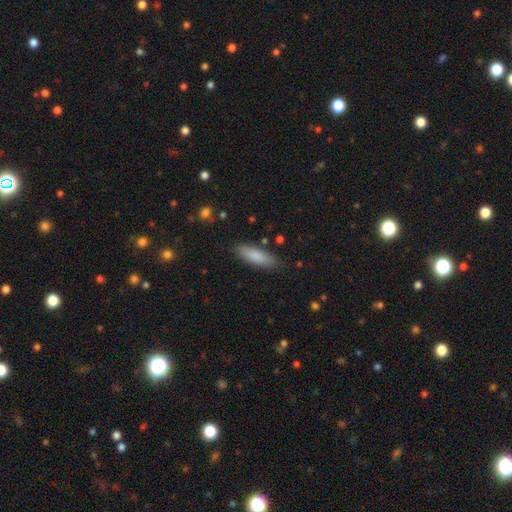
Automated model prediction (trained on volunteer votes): smooth 83%, featured or disk 11%, star or artifact 6%. Down the decision tree: how rounded — cigar-shaped (50%); merging — none (83%).